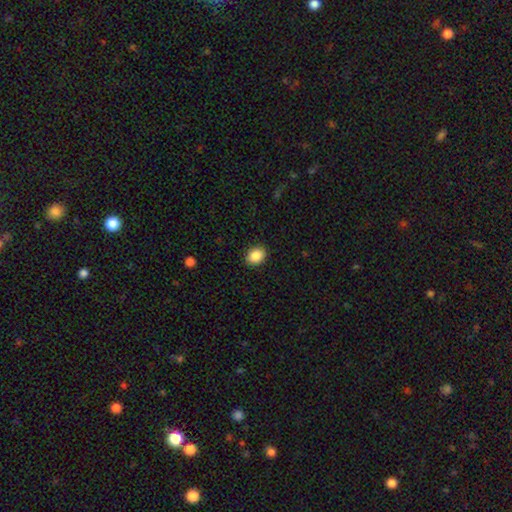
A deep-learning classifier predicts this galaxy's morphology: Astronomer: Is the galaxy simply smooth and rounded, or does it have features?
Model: smooth — 87%.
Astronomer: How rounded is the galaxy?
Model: in between — 59% (runner-up: round, 40%).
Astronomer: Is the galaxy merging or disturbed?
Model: none — 90%.